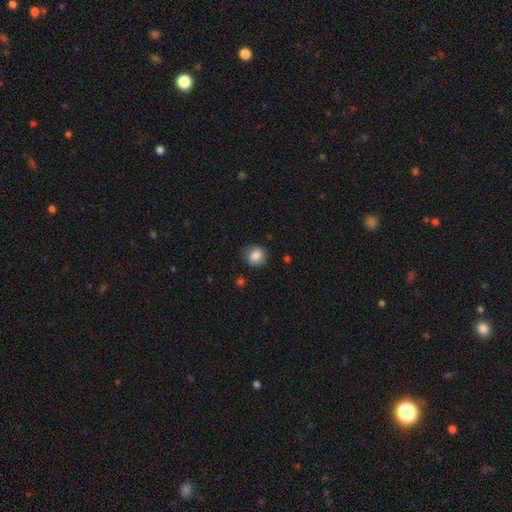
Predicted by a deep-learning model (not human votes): smooth_or_featured: smooth (p=0.86) [alt: star or artifact p=0.09]
how_rounded: round (p=0.78) [alt: in between p=0.21]
merging: none (p=0.74) [alt: minor disturbance p=0.19]